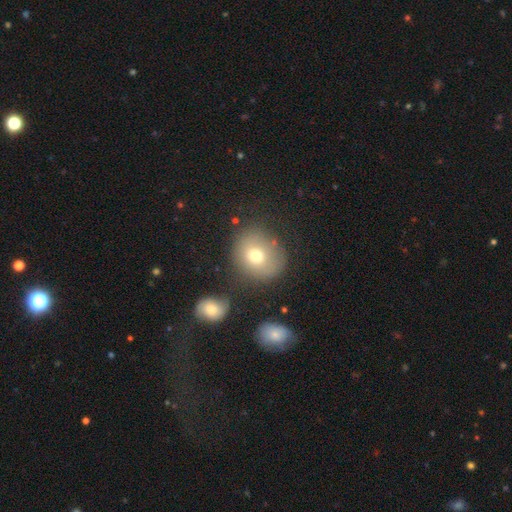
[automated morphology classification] smooth_or_featured: smooth (p=0.71) [alt: featured or disk p=0.16]
how_rounded: round (p=0.79) [alt: in between p=0.20]
merging: none (p=0.67) [alt: minor disturbance p=0.16]